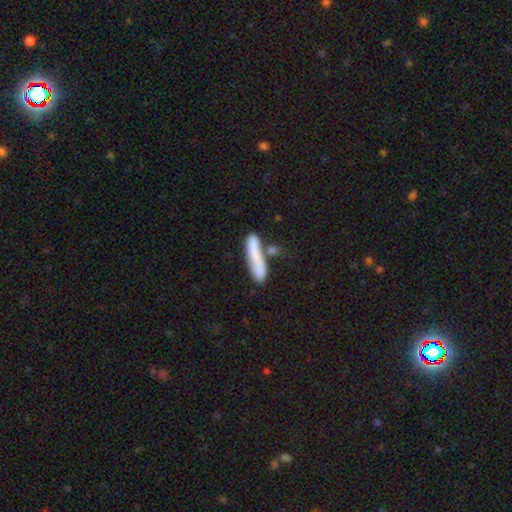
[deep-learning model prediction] Smooth or featured? Predicted: smooth (p=0.70). How rounded? Predicted: cigar-shaped (p=0.83). Merging? Predicted: none (p=0.45).